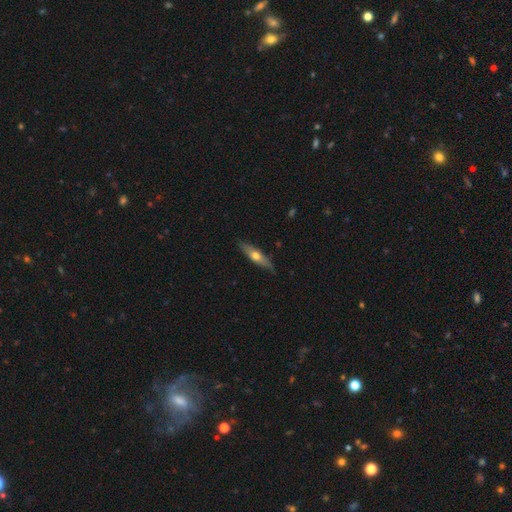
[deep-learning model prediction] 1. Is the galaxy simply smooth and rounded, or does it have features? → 50% featured or disk, 44% smooth, 5% star or artifact.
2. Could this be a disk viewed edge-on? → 85% yes, 15% no.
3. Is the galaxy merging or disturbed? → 84% none, 13% minor disturbance, 2% major disturbance, 1% merger.